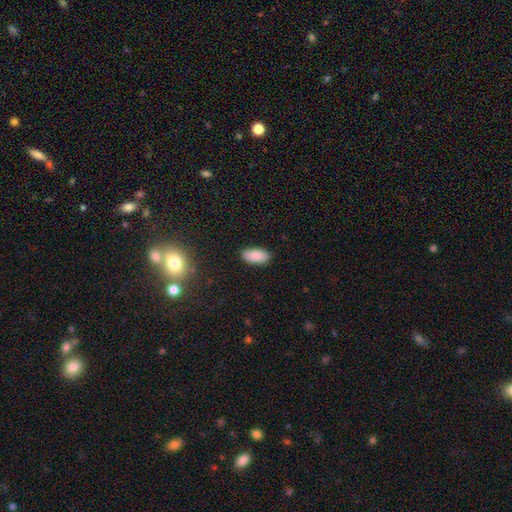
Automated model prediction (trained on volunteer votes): Morphology: type=smooth (87%); roundness=in between (92%); merging=none (87%).